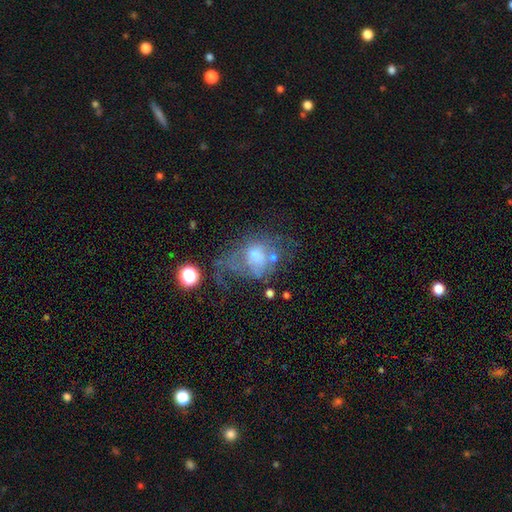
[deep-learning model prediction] The model was most divided on "smooth or featured": featured or disk: 49%, smooth: 37%, star or artifact: 15%. Remaining: merging — major disturbance (44%).